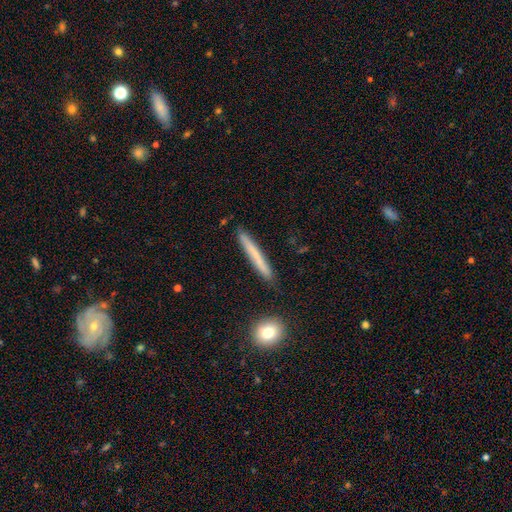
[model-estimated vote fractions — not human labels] smooth 62%, featured or disk 32%, star or artifact 6%. Down the decision tree: how rounded — cigar-shaped (96%); merging — none (89%).